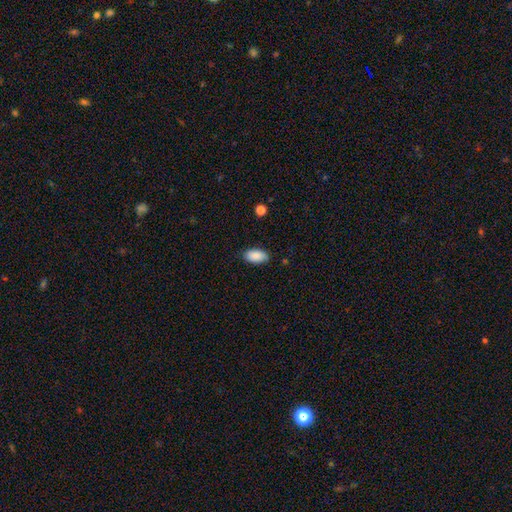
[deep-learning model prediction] This is clearly a smooth galaxy (89%). How rounded: clearly in between (94%). Merging: clearly none (82%).